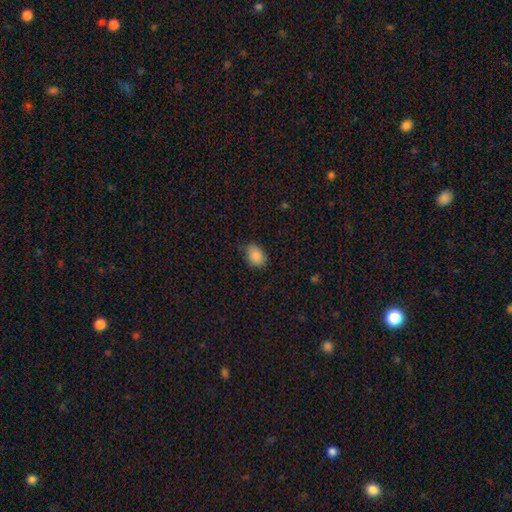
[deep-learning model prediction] smooth 88%, star or artifact 8%, featured or disk 4%. Down the decision tree: how rounded — in between (75%); merging — none (71%).